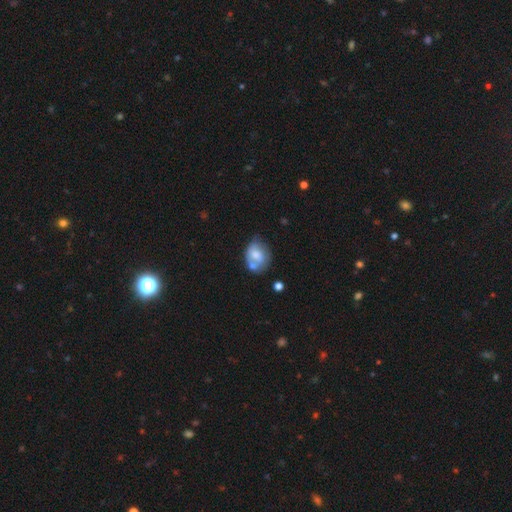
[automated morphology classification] Smooth or featured?
  - smooth: 59% *
  - featured or disk: 33%
  - star or artifact: 8%
How rounded?
  - in between: 59% *
  - round: 40%
  - cigar-shaped: 1%
Merging?
  - none: 35% *
  - merger: 28%
  - minor disturbance: 26%
  - major disturbance: 11%